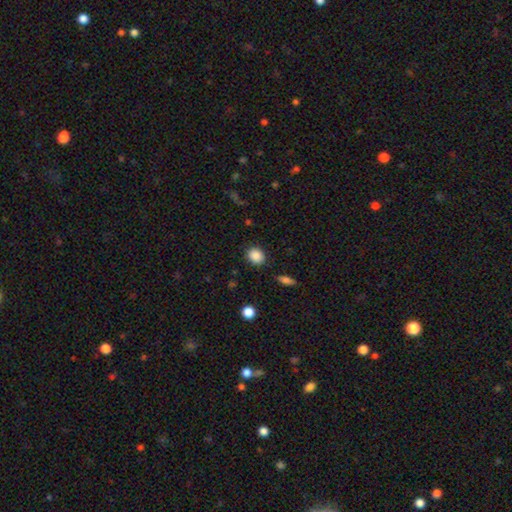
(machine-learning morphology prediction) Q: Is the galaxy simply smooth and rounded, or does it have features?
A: smooth — 88%.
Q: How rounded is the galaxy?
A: round — 66%.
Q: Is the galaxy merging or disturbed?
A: none — 85%.